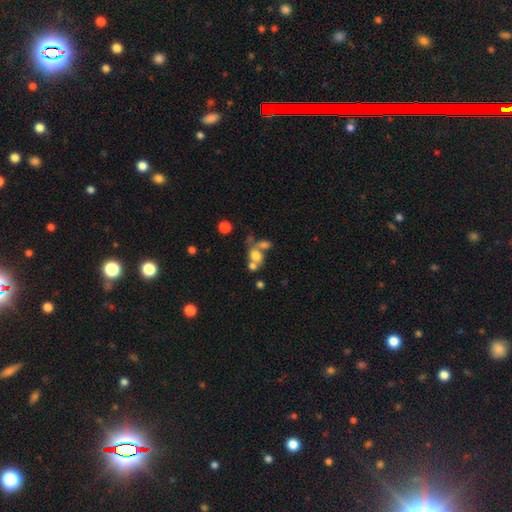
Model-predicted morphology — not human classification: This is likely a smooth galaxy (66%). How rounded: possibly in between (54%). Merging: possibly merger (48%).